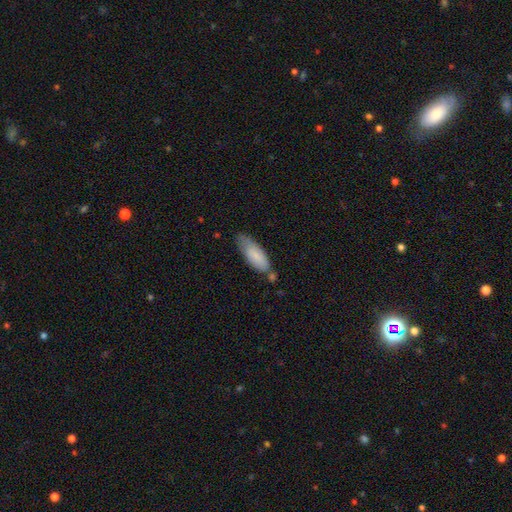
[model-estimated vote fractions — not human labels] A smooth galaxy with no disk features (80%) that is in between round and cigar-shaped (68%).

Vote fractions:
- Smooth or featured? smooth: 80% / featured or disk: 13% / star or artifact: 6%
- How rounded? in between: 68% / cigar-shaped: 30% / round: 2%
- Merging? none: 51% / minor disturbance: 31% / merger: 10% / major disturbance: 7%